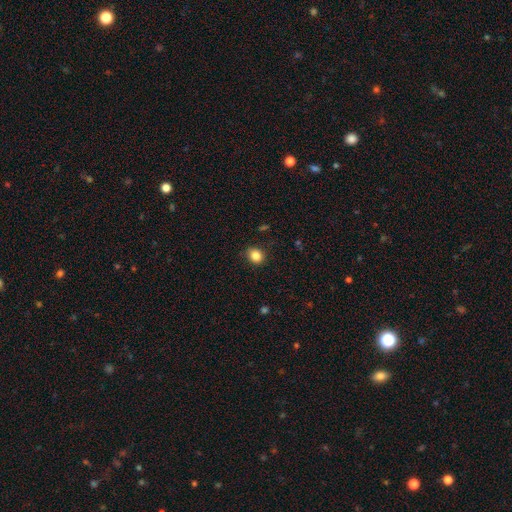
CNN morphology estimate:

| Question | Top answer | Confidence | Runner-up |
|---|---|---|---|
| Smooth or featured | smooth | 86% | star or artifact (10%) |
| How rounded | round | 70% | in between (29%) |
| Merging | none | 86% | minor disturbance (11%) |